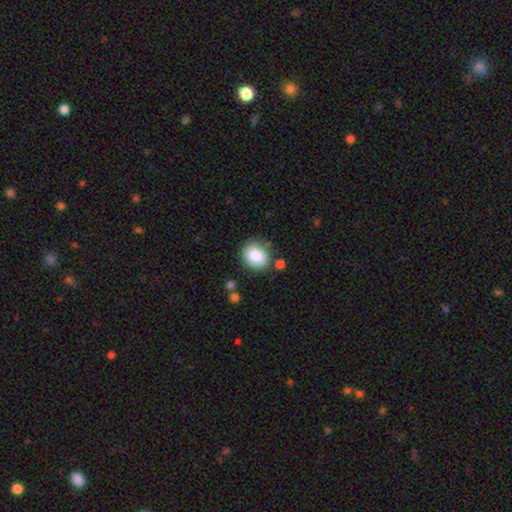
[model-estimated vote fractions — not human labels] This is clearly a smooth galaxy (86%). How rounded: possibly round (54%). Merging: likely none (75%).